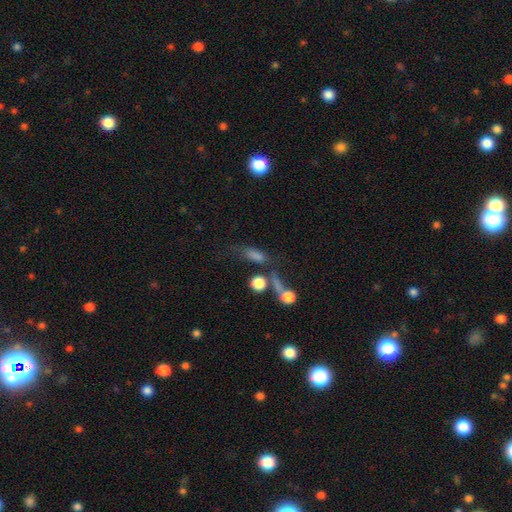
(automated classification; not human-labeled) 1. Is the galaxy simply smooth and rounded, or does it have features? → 48% smooth, 26% star or artifact, 25% featured or disk.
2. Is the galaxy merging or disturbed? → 44% none, 21% major disturbance, 18% minor disturbance, 17% merger.